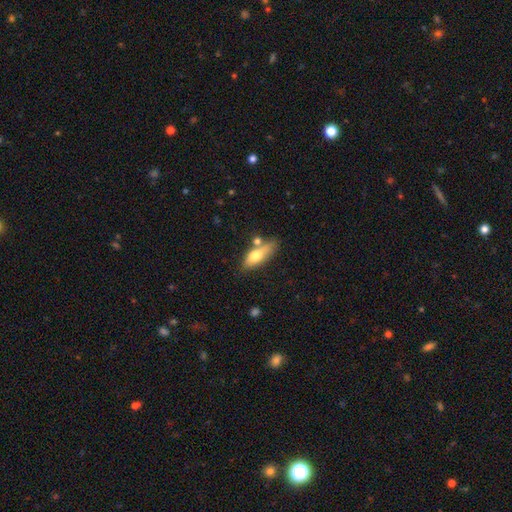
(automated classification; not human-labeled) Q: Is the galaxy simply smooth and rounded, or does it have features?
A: smooth — 62%.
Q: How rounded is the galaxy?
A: in between — 61%.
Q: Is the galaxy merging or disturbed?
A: none — 59%.